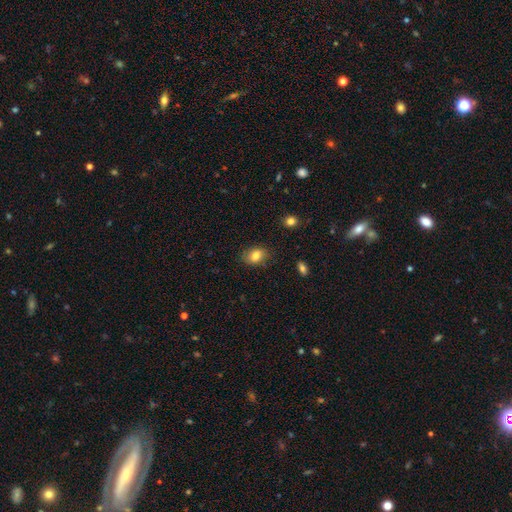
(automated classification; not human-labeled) The model was most divided on "how rounded": in between: 73%, round: 26%, cigar-shaped: 1%. More confident: merging — none (82%); smooth or featured — smooth (82%).